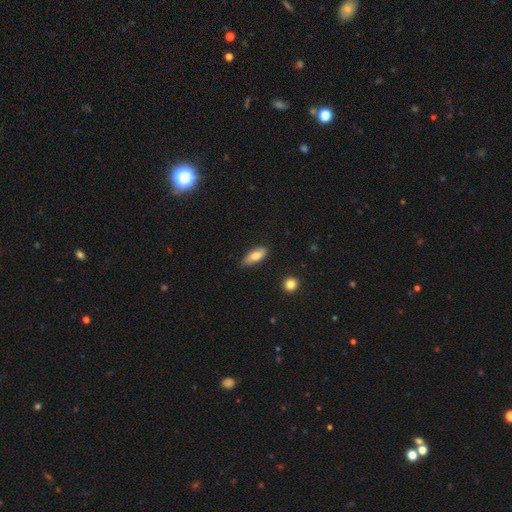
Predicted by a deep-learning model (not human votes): smooth 78%, featured or disk 15%, star or artifact 6%. Down the decision tree: how rounded — in between (80%); merging — none (79%).